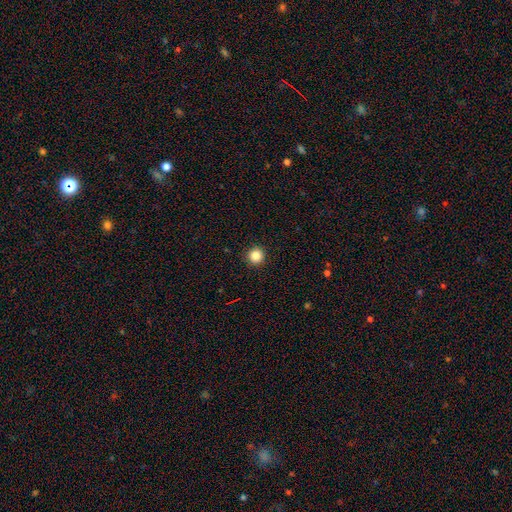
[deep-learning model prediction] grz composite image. It shows a smooth galaxy with no disk features (85%) that is round (95%). Merging: none (93%).